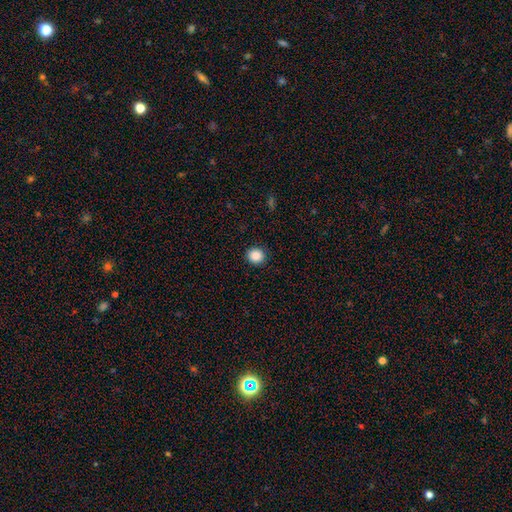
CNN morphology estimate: Q: Smooth or featured?
A: smooth (88%); runner-up: star or artifact (9%)
Q: How rounded?
A: round (90%); runner-up: in between (9%)
Q: Merging?
A: none (92%); runner-up: minor disturbance (5%)